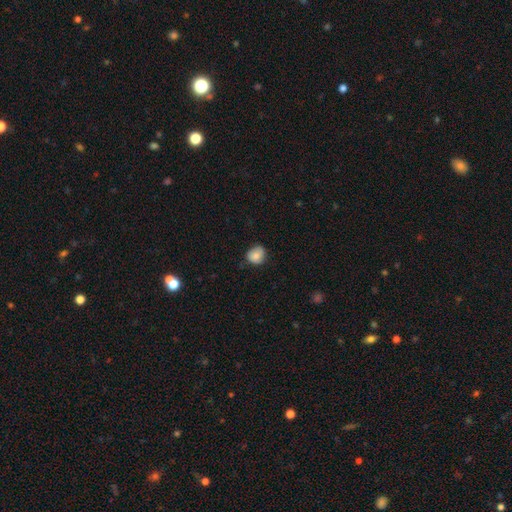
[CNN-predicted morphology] Overall: smooth (78%). How rounded: round (73%). Merging: none (71%).